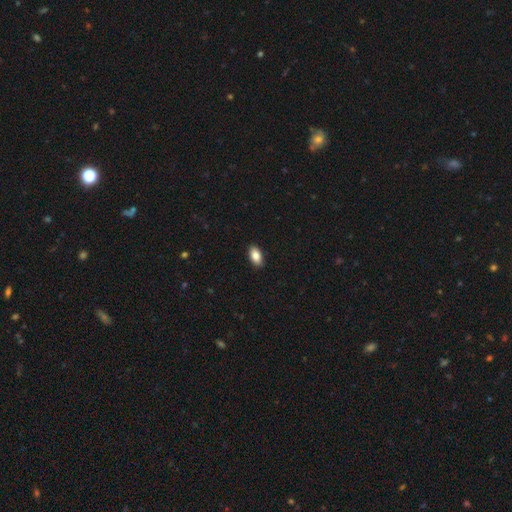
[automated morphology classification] This is clearly a smooth galaxy (85%). How rounded: clearly in between (92%). Merging: clearly none (90%).